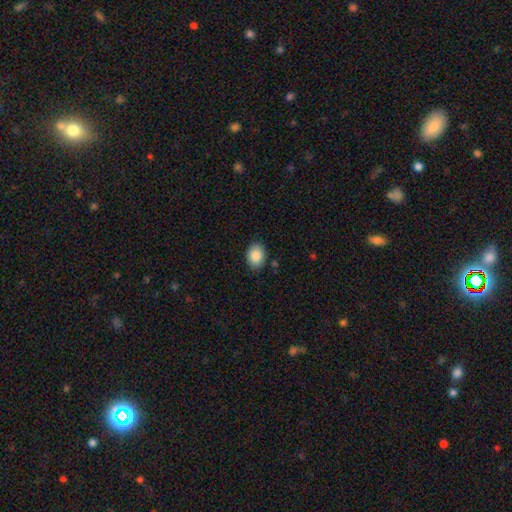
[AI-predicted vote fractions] Morphology: type=smooth (88%); roundness=in between (70%); merging=none (87%).